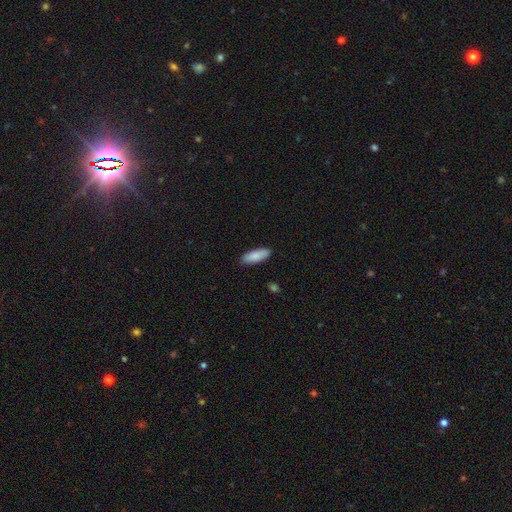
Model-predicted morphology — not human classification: type=smooth (88%); roundness=in between (68%); merging=none (88%).